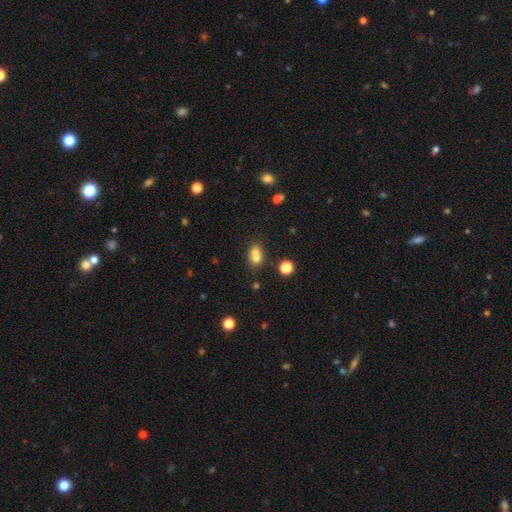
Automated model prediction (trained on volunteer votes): Smooth or featured? Predicted: smooth (p=0.70). How rounded? Predicted: in between (p=0.52). Merging? Predicted: merger (p=0.54).